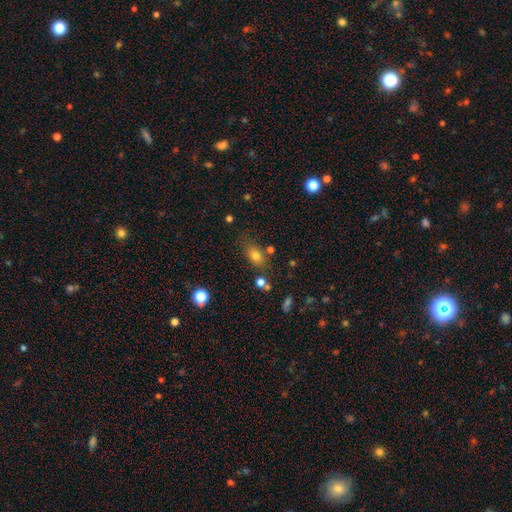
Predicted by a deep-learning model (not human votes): The model was most divided on "merging": none: 67%, minor disturbance: 17%, merger: 10%, major disturbance: 6%. More confident: how rounded — in between (76%); smooth or featured — smooth (76%).